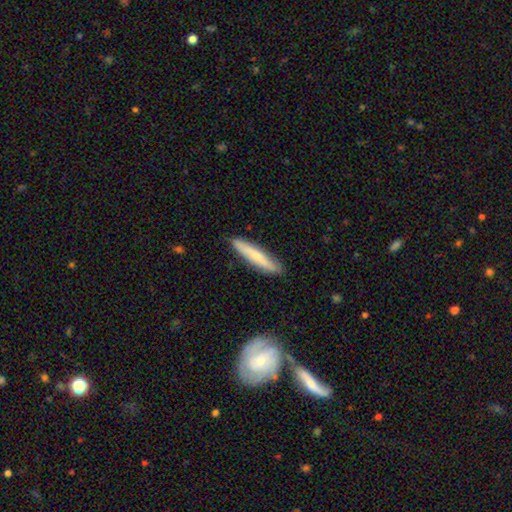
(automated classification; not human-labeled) smooth_or_featured: smooth (p=0.59) [alt: featured or disk p=0.35]
how_rounded: cigar-shaped (p=0.90) [alt: in between p=0.09]
merging: none (p=0.87) [alt: minor disturbance p=0.10]